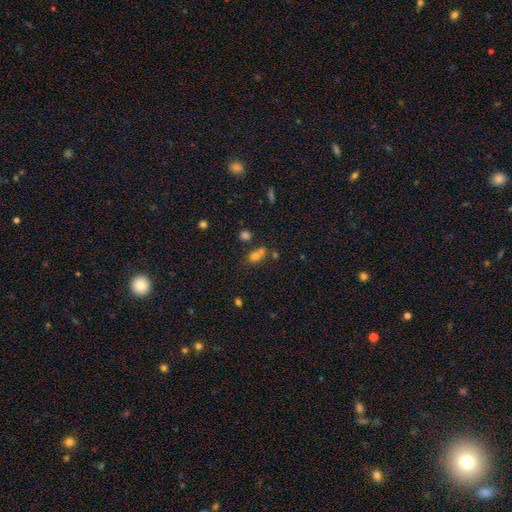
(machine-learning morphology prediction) The model was most divided on "how rounded": round: 49%, in between: 48%, cigar-shaped: 3%. Remaining: smooth or featured — smooth (69%); merging — merger (44%).